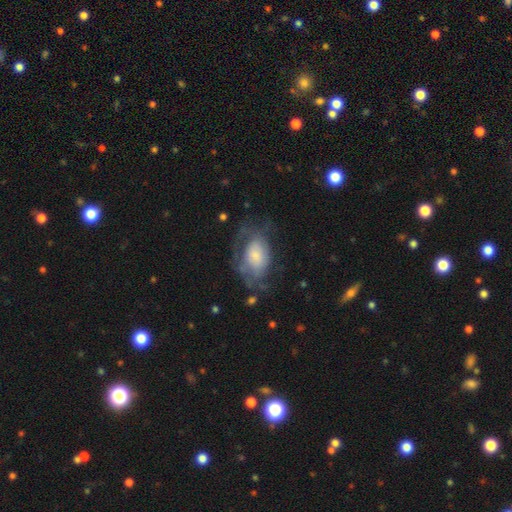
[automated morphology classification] Smooth or featured: featured or disk — 56% (smooth — 37%)
Edge-on disk: no — 96% (yes — 4%)
Bar: no — 75% (weak — 20%)
Spiral arms: yes — 68% (no — 32%)
Bulge size: small — 35% (moderate — 27%)
Merging: none — 45% (major disturbance — 29%)